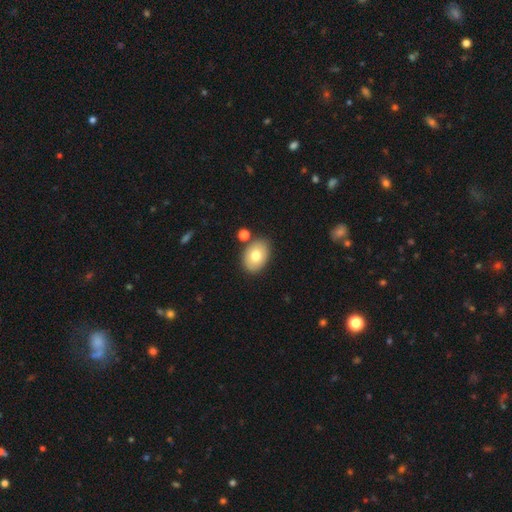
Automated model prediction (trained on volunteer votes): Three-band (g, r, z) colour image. It shows a smooth galaxy with no disk features (75%) that is in between round and cigar-shaped (79%). Merging: none (79%).